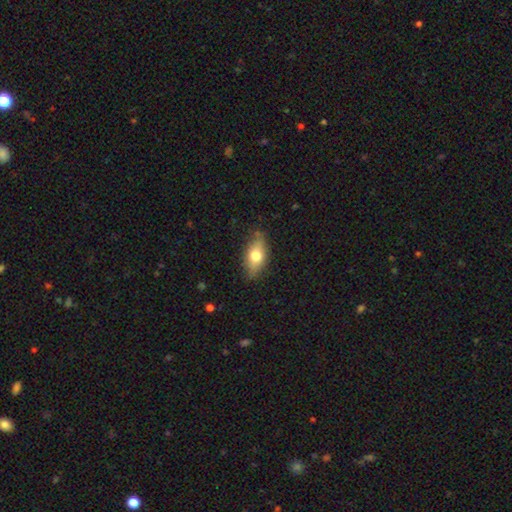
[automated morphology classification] Smooth or featured? smooth (65%)
How rounded? in between (81%)
Merging? none (79%)